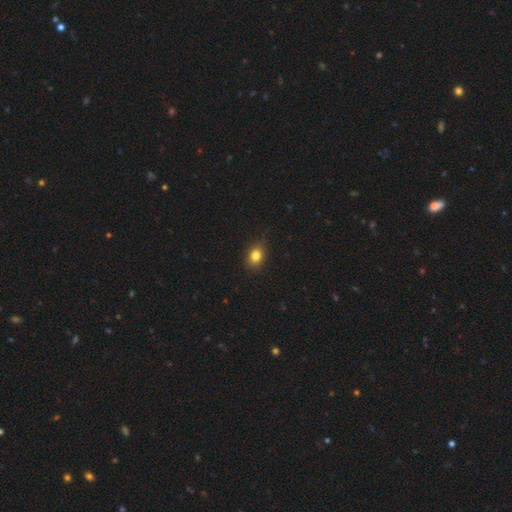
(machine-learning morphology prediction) A smooth galaxy with no disk features (82%) that is in between round and cigar-shaped (57%). Merging: none (83%).